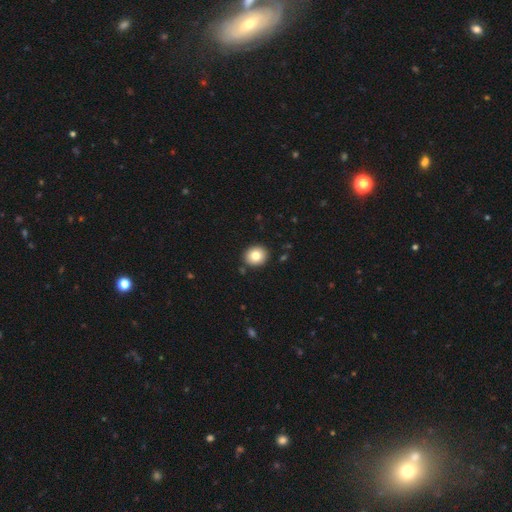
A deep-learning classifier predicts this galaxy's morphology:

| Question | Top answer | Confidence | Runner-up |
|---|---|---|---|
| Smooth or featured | smooth | 80% | featured or disk (10%) |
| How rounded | round | 76% | in between (23%) |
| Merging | none | 90% | minor disturbance (7%) |